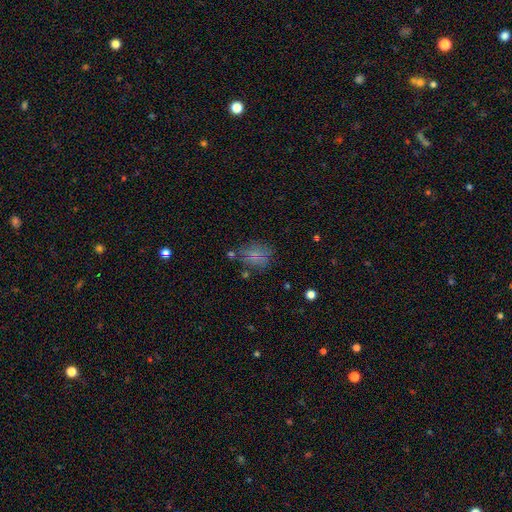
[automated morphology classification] The model was most divided on "how rounded": in between: 54%, round: 44%, cigar-shaped: 2%. More confident: smooth or featured — smooth (66%); merging — none (62%).